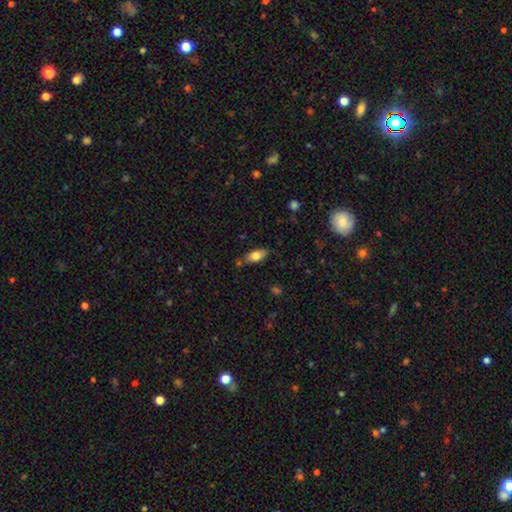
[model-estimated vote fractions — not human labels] This is likely a smooth galaxy (78%). How rounded: clearly in between (85%). Merging: likely none (75%).